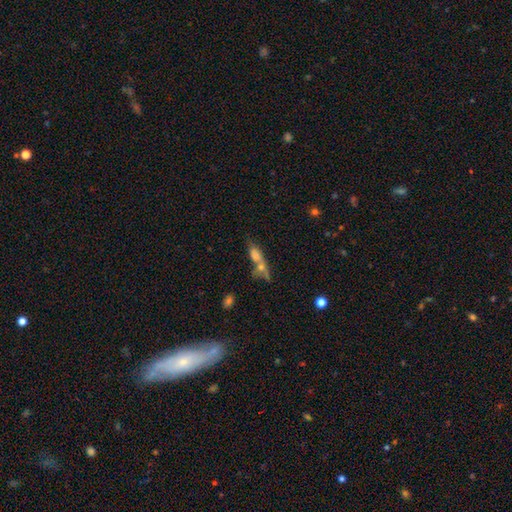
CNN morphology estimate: Overall: smooth (50%; featured or disk 32%). How rounded: cigar-shaped (46%; in between 45%). Merging: merger (39%; none 37%).